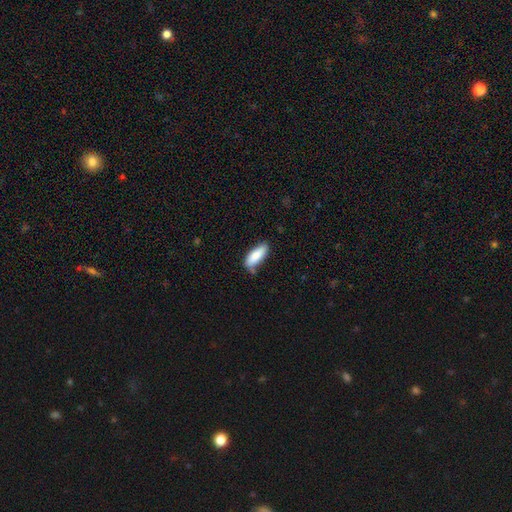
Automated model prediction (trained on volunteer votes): A smooth galaxy with no disk features (84%) that is in between round and cigar-shaped (71%). Merging: none (70%).